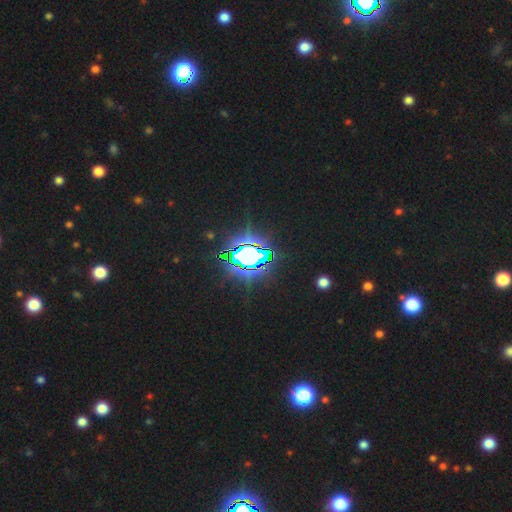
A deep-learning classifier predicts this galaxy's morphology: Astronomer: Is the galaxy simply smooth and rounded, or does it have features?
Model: star or artifact — 75%.